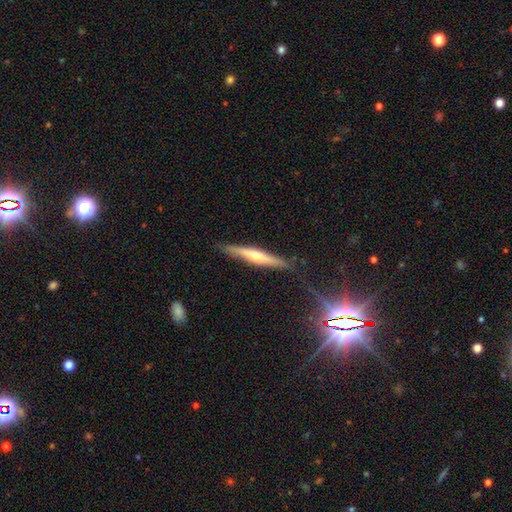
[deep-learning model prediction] smooth-or-featured: featured or disk: 62% | smooth: 28% | star or artifact: 10%
  disk-edge-on: yes: 96% | no: 4%
    edge-on-bulge: rounded: 81% | none: 12% | boxy: 7%
  merging: none: 87% | minor disturbance: 10% | major disturbance: 2% | merger: 2%